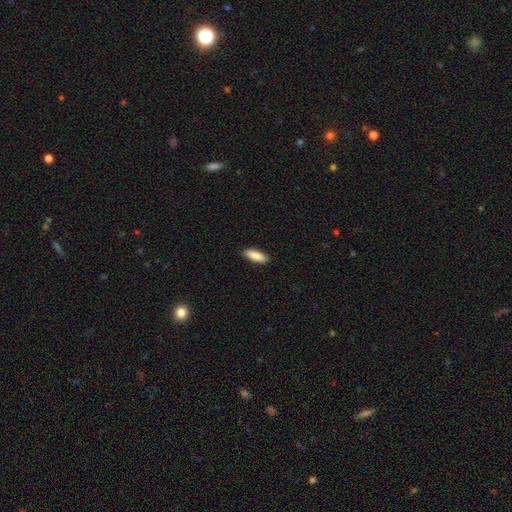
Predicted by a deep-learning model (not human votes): Smooth or featured: smooth — 89% (star or artifact — 6%)
How rounded: in between — 63% (cigar-shaped — 35%)
Merging: none — 90% (minor disturbance — 8%)